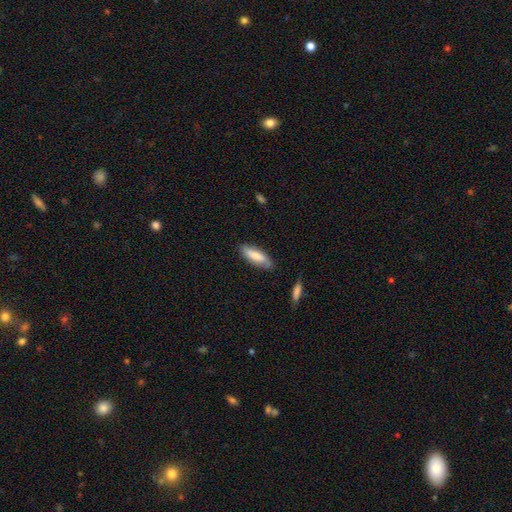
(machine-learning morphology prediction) type=smooth (69%); roundness=in between (63%); merging=none (79%).